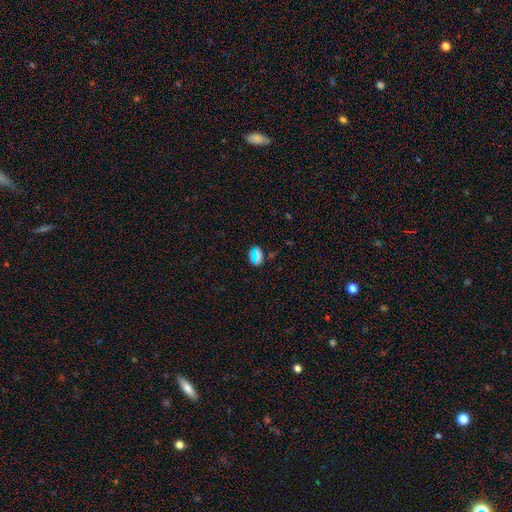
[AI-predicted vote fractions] Smooth or featured? smooth (53%)
How rounded? round (47%)
Merging? none (75%)